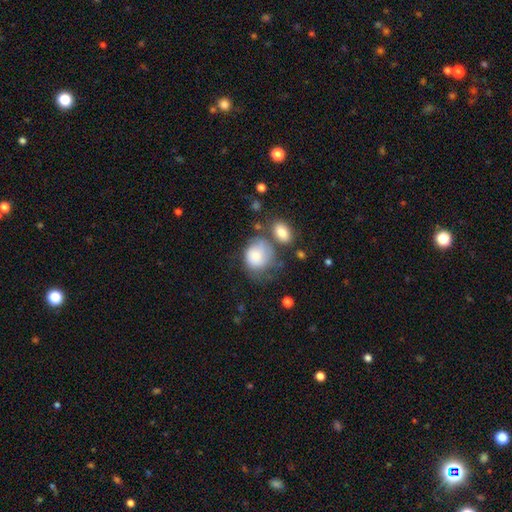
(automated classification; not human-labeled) smooth_or_featured: smooth (p=0.71) [alt: featured or disk p=0.21]
how_rounded: round (p=0.62) [alt: in between p=0.37]
merging: none (p=0.33) [alt: minor disturbance p=0.27]